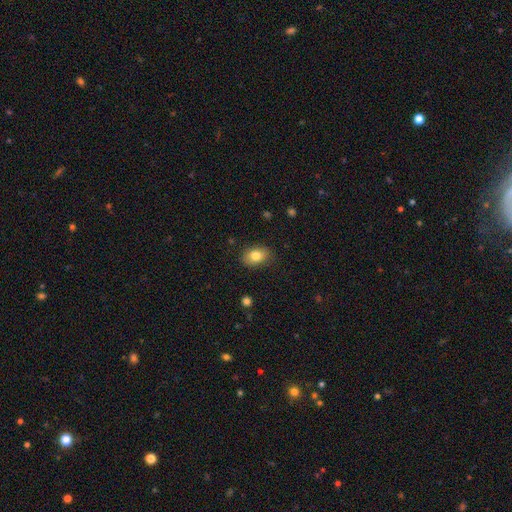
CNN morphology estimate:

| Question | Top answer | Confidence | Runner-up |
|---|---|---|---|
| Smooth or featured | smooth | 81% | featured or disk (10%) |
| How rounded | in between | 80% | round (19%) |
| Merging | none | 83% | minor disturbance (13%) |